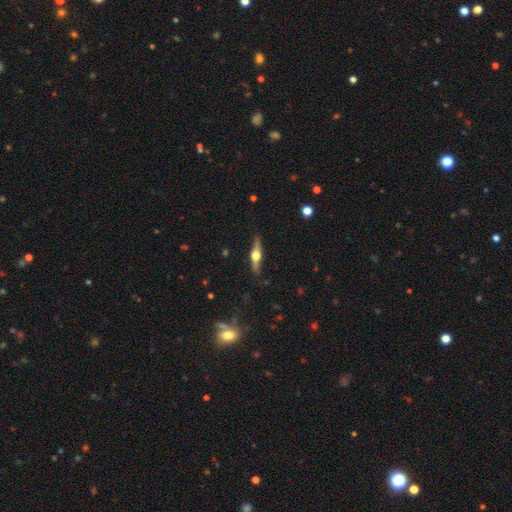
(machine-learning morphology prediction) Smooth or featured: featured or disk — 70% (smooth — 25%)
Edge-on disk: yes — 96% (no — 4%)
Edge-on bulge: rounded — 95% (boxy — 3%)
Merging: none — 85% (minor disturbance — 11%)